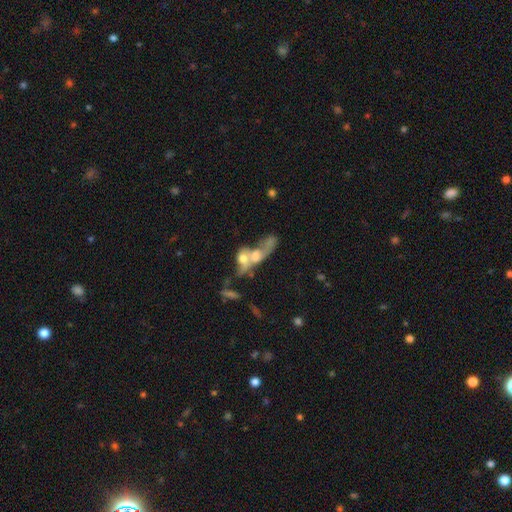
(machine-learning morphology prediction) The model was most divided on "smooth or featured": smooth: 44%, featured or disk: 43%, star or artifact: 12%. More confident: merging — merger (72%).